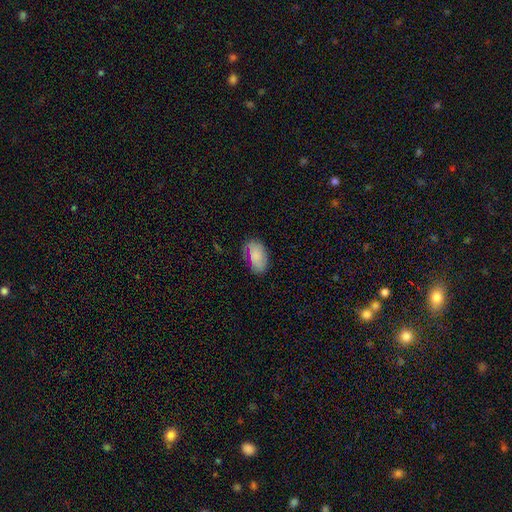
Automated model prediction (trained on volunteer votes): A smooth galaxy with no disk features (72%) that is in between round and cigar-shaped (92%). Merging: none (63%).